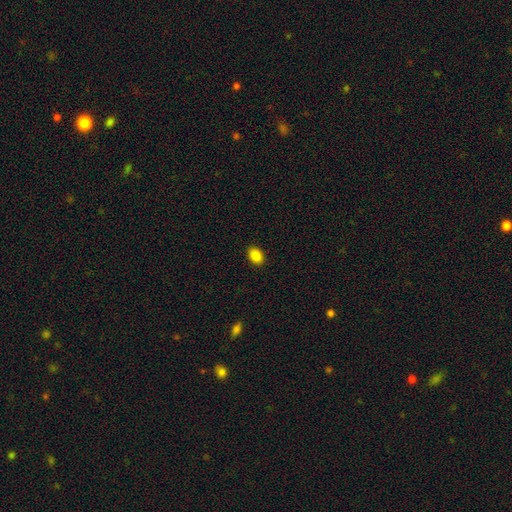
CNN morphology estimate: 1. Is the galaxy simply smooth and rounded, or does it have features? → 87% smooth, 9% star or artifact, 4% featured or disk.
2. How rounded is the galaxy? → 79% in between, 20% round, 1% cigar-shaped.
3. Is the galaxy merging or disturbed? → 90% none, 7% minor disturbance, 2% major disturbance, 1% merger.